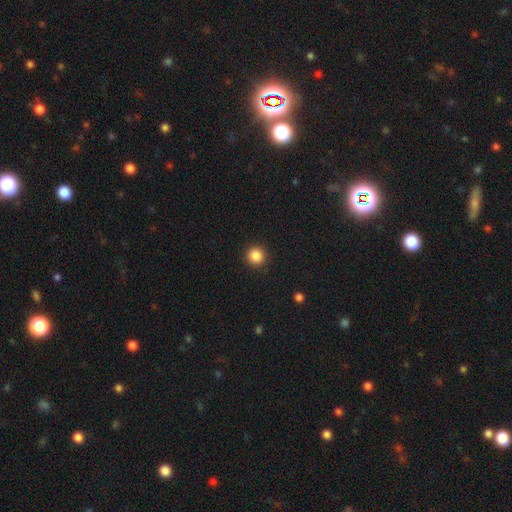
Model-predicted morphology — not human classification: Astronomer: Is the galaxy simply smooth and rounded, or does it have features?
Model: smooth — 87%.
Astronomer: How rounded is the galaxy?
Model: round — 93%.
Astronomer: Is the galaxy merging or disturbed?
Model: none — 92%.